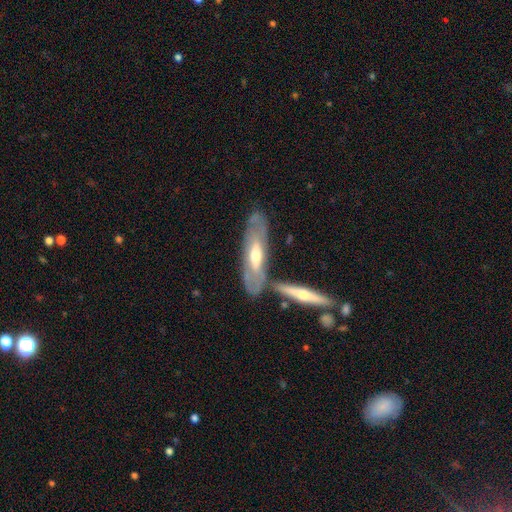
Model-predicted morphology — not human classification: This is likely a featured or disk galaxy (64%). It is possibly not viewed edge-on (53%). Merging: likely none (64%).